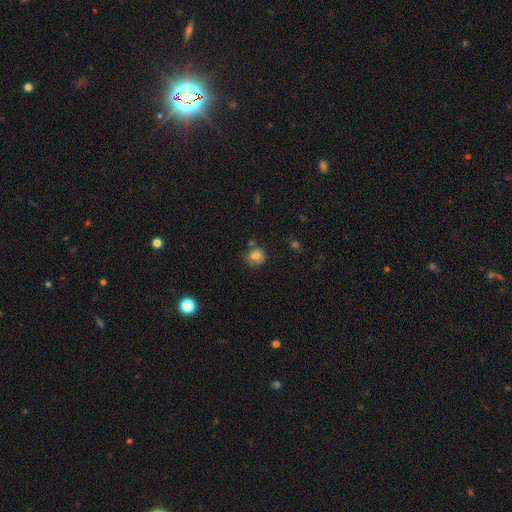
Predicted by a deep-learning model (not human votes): Q: Smooth or featured?
A: smooth (75%); runner-up: featured or disk (14%)
Q: How rounded?
A: round (75%); runner-up: in between (24%)
Q: Merging?
A: none (61%); runner-up: minor disturbance (22%)